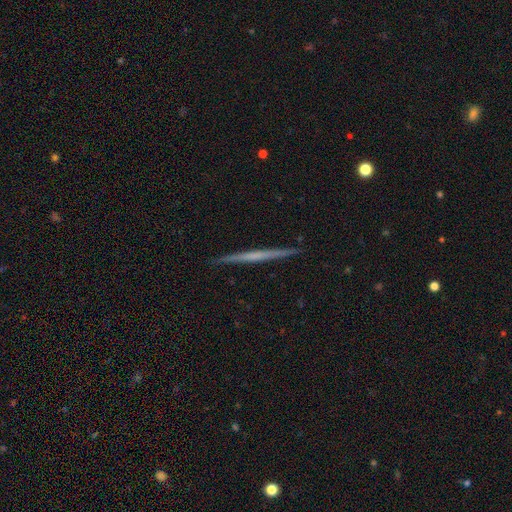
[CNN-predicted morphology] A featured or disk galaxy (60%) viewed edge-on (98%) with no central bulge (86%).

Vote fractions:
- Smooth or featured? featured or disk: 60% / smooth: 34% / star or artifact: 5%
- Edge-on disk? yes: 98% / no: 2%
- Edge-on bulge? none: 86% / rounded: 9% / boxy: 5%
- Merging? none: 92% / minor disturbance: 5% / major disturbance: 1% / merger: 1%